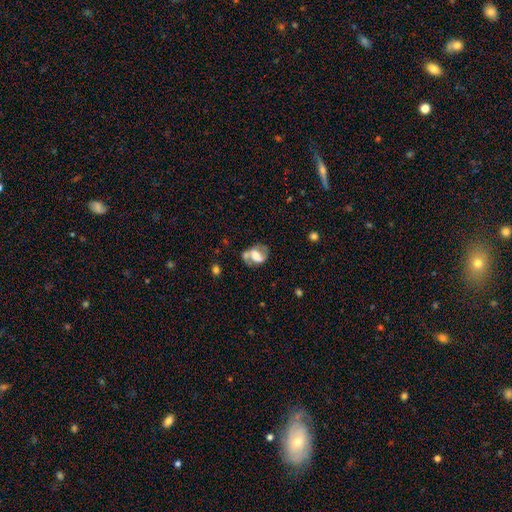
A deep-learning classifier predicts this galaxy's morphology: Smooth or featured? Predicted: featured or disk (p=0.62). Edge-on disk? Predicted: no (p=0.97). Bar? Predicted: weak (p=0.37). Spiral arms? Predicted: yes (p=0.76). Bulge size? Predicted: large (p=0.36). Merging? Predicted: none (p=0.47).